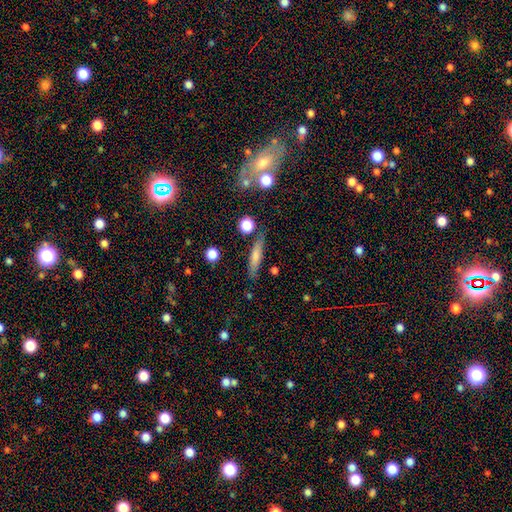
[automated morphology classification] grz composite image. It shows a smooth galaxy with no disk features (68%) that is cigar-shaped (79%). Merging: none (80%).